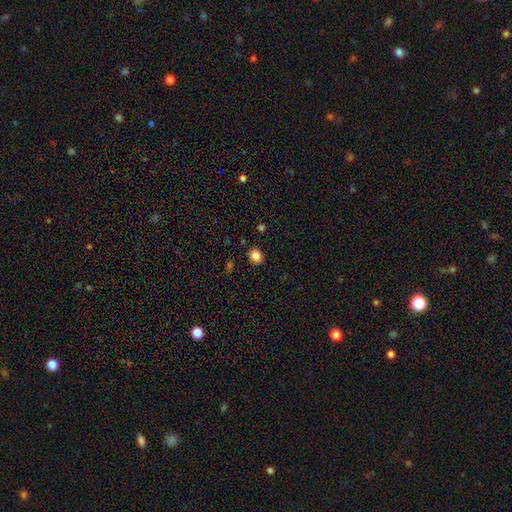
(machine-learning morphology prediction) type=smooth (84%); roundness=round (68%); merging=none (90%).